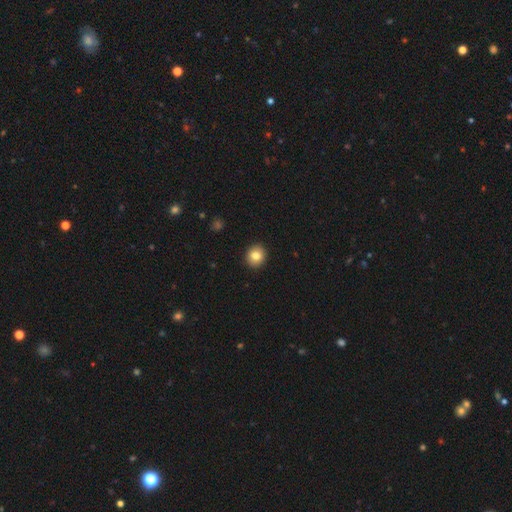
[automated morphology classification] Smooth or featured? Predicted: smooth (p=0.82). How rounded? Predicted: round (p=0.80). Merging? Predicted: none (p=0.92).